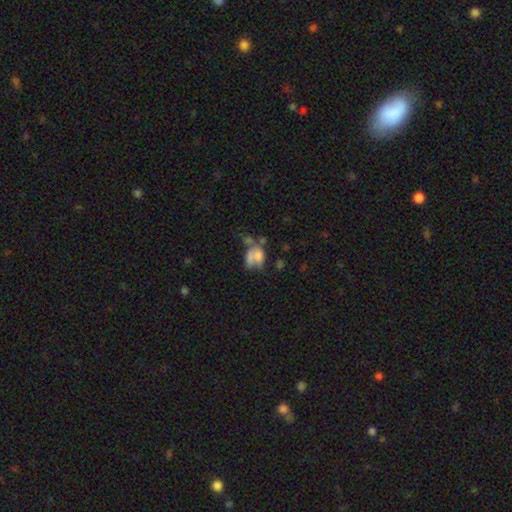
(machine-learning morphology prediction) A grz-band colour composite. It shows a smooth galaxy with no disk features (57%) that is in between round and cigar-shaped (72%). Merging: merger (39%).